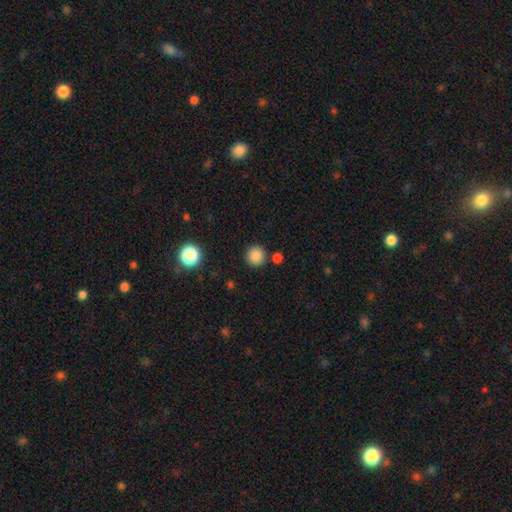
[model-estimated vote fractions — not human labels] Overall: smooth (85%). How rounded: round (94%). Merging: none (86%).